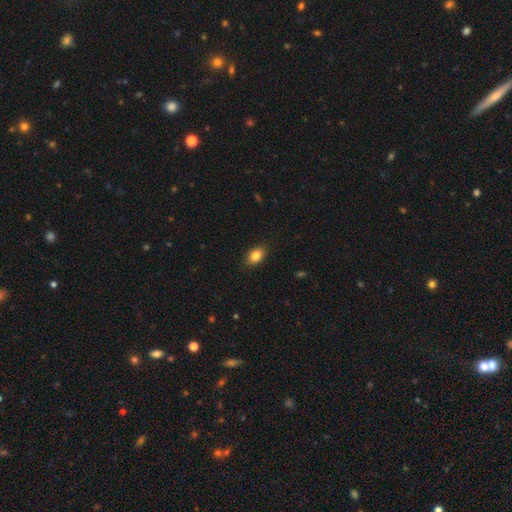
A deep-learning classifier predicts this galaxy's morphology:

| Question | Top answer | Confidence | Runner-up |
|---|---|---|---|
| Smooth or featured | smooth | 84% | star or artifact (8%) |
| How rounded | in between | 85% | round (13%) |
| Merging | none | 88% | minor disturbance (9%) |